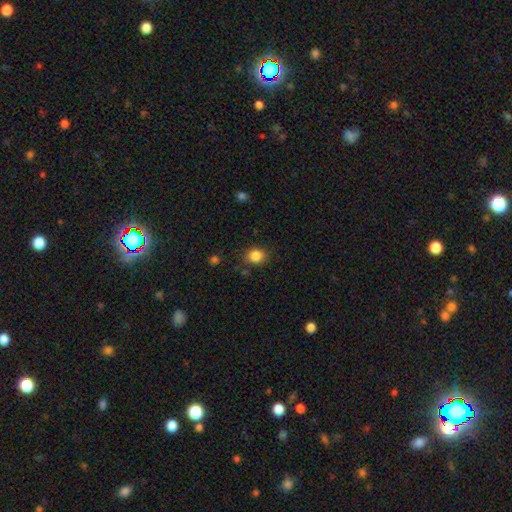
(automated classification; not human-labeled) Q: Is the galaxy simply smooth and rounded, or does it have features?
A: smooth — 85%.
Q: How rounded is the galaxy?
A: round — 71%.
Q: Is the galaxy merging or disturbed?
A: none — 81%.